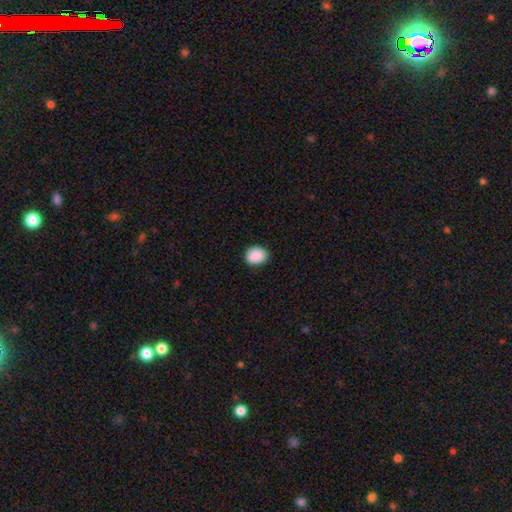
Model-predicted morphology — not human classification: A smooth galaxy with no disk features (90%) that is in between round and cigar-shaped (51%). Merging: none (86%).